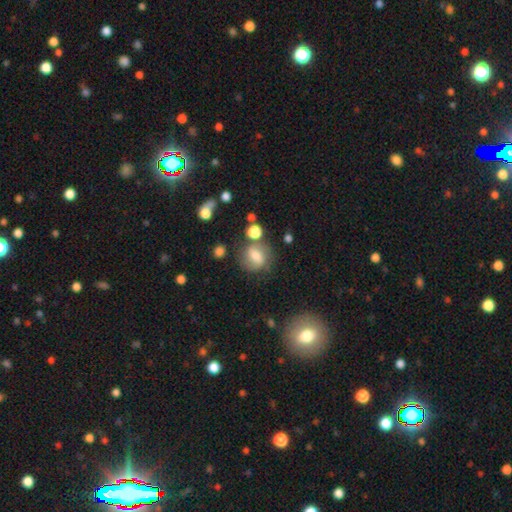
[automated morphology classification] smooth-or-featured: smooth: 50% | featured or disk: 38% | star or artifact: 12%
  how-rounded: round: 58% | in between: 40% | cigar-shaped: 2%
  merging: none: 64% | minor disturbance: 20% | major disturbance: 9% | merger: 7%